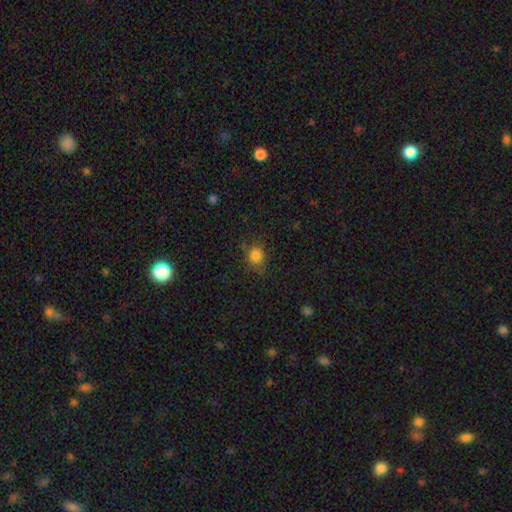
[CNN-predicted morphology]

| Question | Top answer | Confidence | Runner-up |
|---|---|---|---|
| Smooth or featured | smooth | 82% | star or artifact (12%) |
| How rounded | round | 76% | in between (23%) |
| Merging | none | 75% | minor disturbance (18%) |